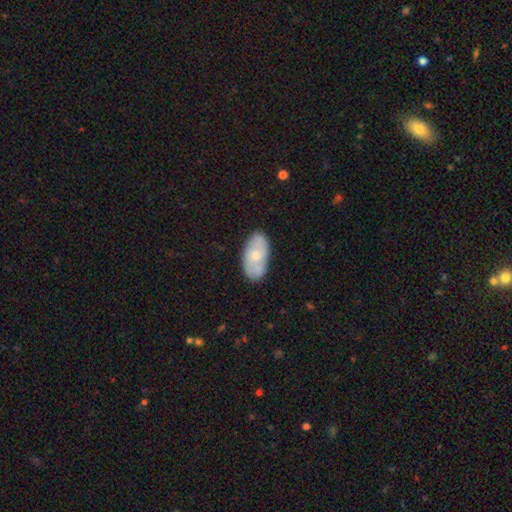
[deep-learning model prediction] Smooth or featured: smooth — 62% (featured or disk — 33%)
How rounded: in between — 94% (round — 3%)
Merging: none — 73% (minor disturbance — 18%)